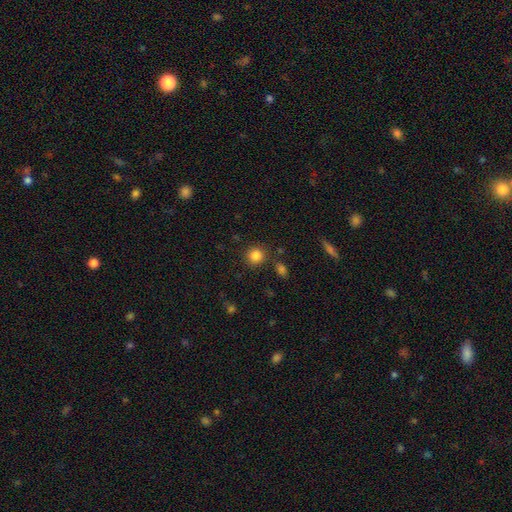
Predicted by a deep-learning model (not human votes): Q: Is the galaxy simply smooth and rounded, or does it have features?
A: smooth — 84%.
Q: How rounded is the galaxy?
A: round — 89%.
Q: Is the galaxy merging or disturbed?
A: none — 85%.